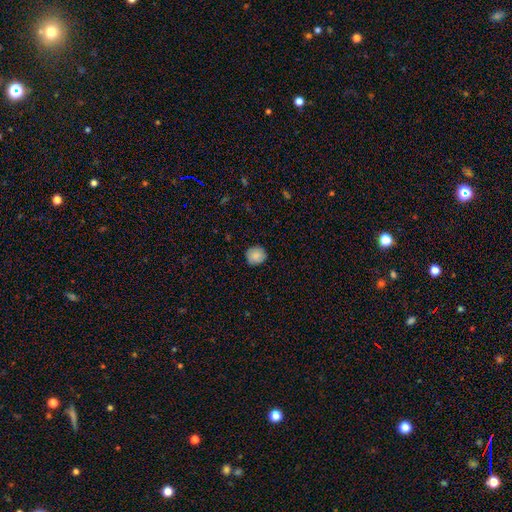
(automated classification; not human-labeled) This is clearly a smooth galaxy (86%). How rounded: clearly round (86%). Merging: clearly none (87%).